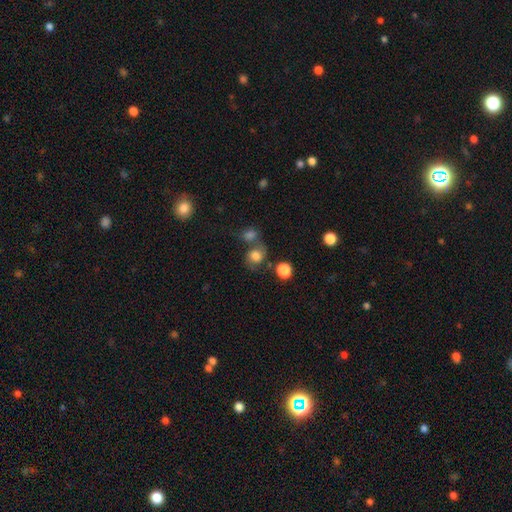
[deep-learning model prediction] A smooth galaxy with no disk features (63%) that is round (68%). Merging: none (47%).